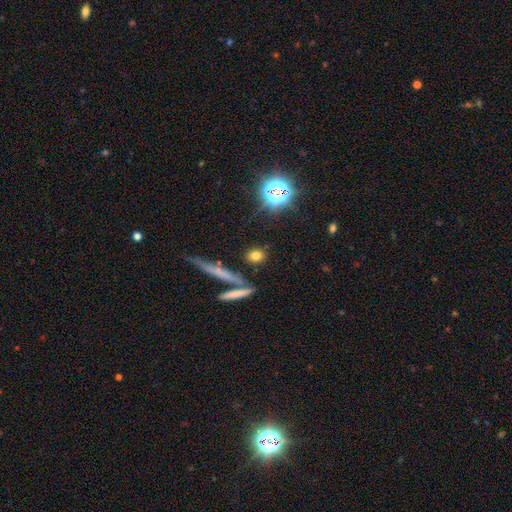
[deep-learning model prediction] Overall: smooth (75%). How rounded: round (46%; in between 41%). Merging: none (83%).